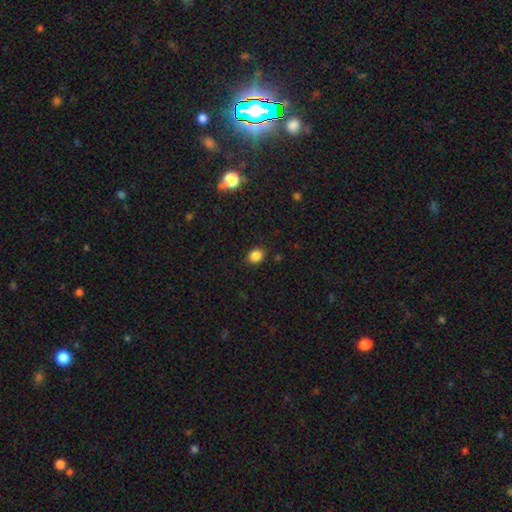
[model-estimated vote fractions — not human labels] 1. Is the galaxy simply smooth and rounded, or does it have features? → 85% smooth, 11% star or artifact, 4% featured or disk.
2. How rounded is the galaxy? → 62% round, 38% in between, 1% cigar-shaped.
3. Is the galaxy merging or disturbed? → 88% none, 9% minor disturbance, 2% major disturbance, 1% merger.